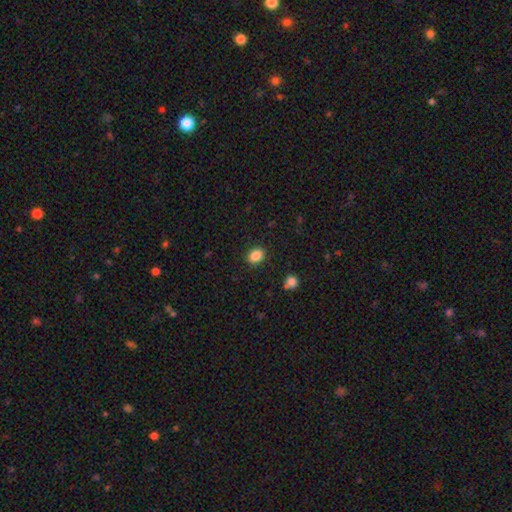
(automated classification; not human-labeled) This is clearly a smooth galaxy (87%). How rounded: likely in between (64%). Merging: clearly none (88%).